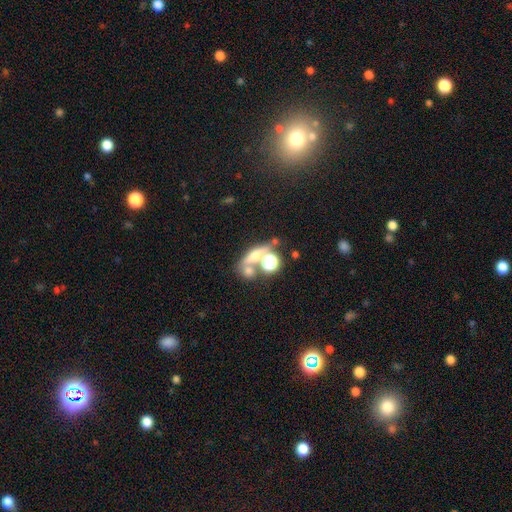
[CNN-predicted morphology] smooth-or-featured: smooth: 50% | featured or disk: 28% | star or artifact: 22%
  how-rounded: round: 37% (tied) | in between: 37% (tied) | cigar-shaped: 26%
  merging: none: 45% | merger: 36% | minor disturbance: 11% | major disturbance: 8%